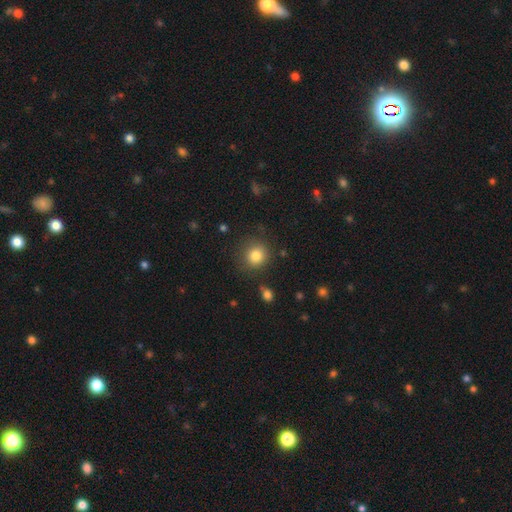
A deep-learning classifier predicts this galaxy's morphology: type=smooth (83%); roundness=round (88%); merging=none (83%).